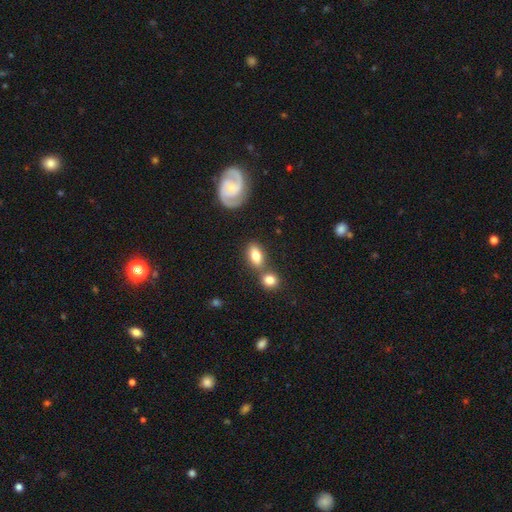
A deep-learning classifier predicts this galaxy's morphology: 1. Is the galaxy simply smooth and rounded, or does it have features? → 76% smooth, 16% featured or disk, 8% star or artifact.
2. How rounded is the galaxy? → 84% in between, 11% round, 5% cigar-shaped.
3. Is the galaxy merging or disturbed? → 58% none, 25% merger, 13% minor disturbance, 5% major disturbance.